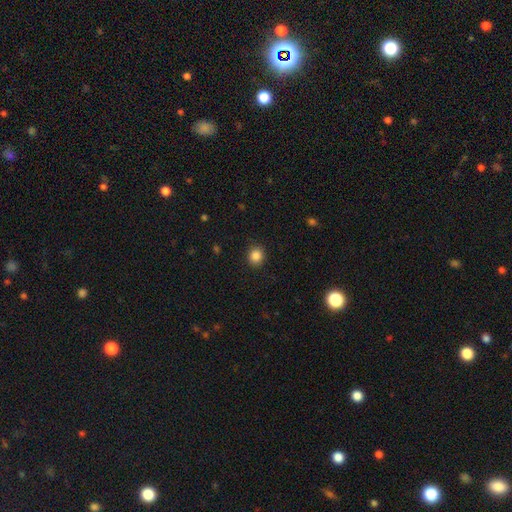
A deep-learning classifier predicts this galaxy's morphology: smooth_or_featured: smooth (p=0.86) [alt: star or artifact p=0.11]
how_rounded: round (p=0.86) [alt: in between p=0.13]
merging: none (p=0.90) [alt: minor disturbance p=0.07]